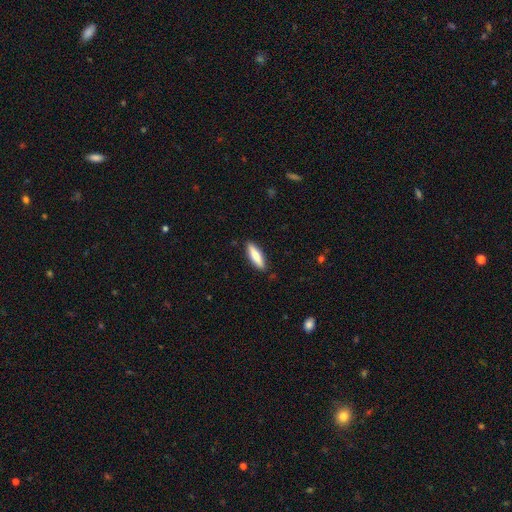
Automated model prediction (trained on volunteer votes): Overall: smooth (78%). How rounded: cigar-shaped (65%; in between 34%). Merging: none (89%).